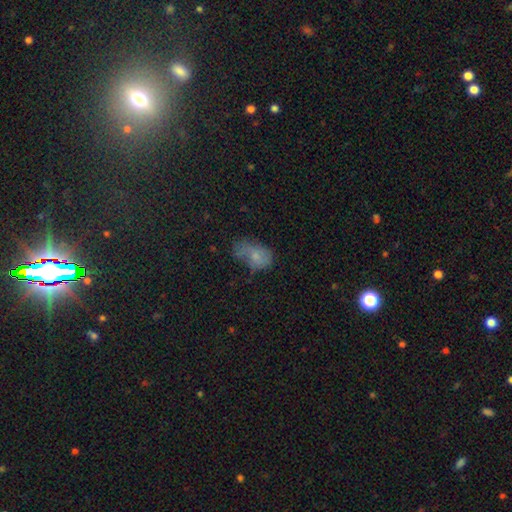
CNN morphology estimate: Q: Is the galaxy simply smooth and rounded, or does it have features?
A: smooth — 68%.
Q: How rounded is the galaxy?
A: in between — 84%.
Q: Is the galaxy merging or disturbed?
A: minor disturbance — 33%.